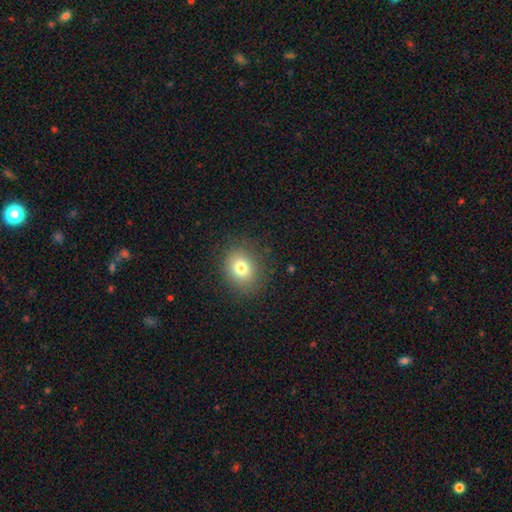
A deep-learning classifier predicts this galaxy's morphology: Smooth or featured?
  - smooth: 77% *
  - star or artifact: 15%
  - featured or disk: 8%
How rounded?
  - round: 68% *
  - in between: 31%
  - cigar-shaped: 1%
Merging?
  - none: 91% *
  - minor disturbance: 6%
  - major disturbance: 2%
  - merger: 1%